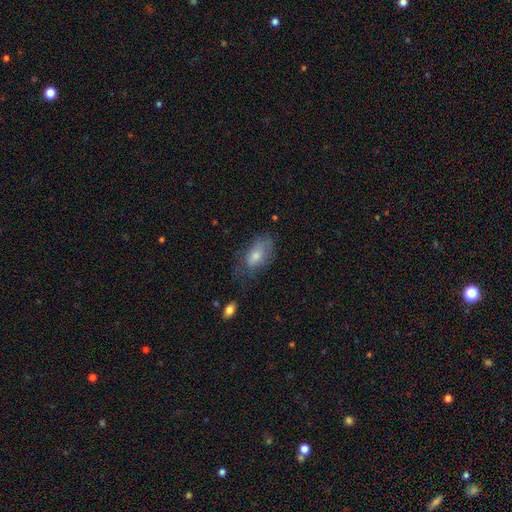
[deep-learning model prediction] Q: Smooth or featured?
A: smooth (59%); runner-up: featured or disk (31%)
Q: How rounded?
A: in between (88%); runner-up: round (6%)
Q: Merging?
A: none (53%); runner-up: minor disturbance (29%)